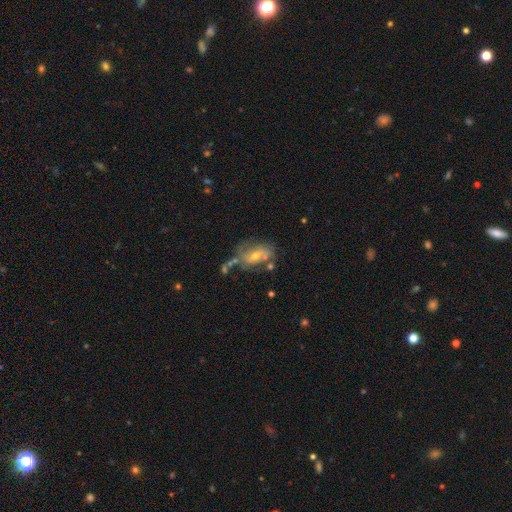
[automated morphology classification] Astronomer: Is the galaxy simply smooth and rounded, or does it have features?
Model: featured or disk — 60%.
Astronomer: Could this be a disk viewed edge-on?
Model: no — 94%.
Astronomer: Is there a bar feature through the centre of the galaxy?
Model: no — 64%.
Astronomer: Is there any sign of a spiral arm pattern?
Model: yes — 68%.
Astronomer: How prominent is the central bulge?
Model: moderate — 50% (runner-up: small, 45%).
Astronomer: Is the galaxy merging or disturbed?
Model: none — 47% (runner-up: minor disturbance, 23%).